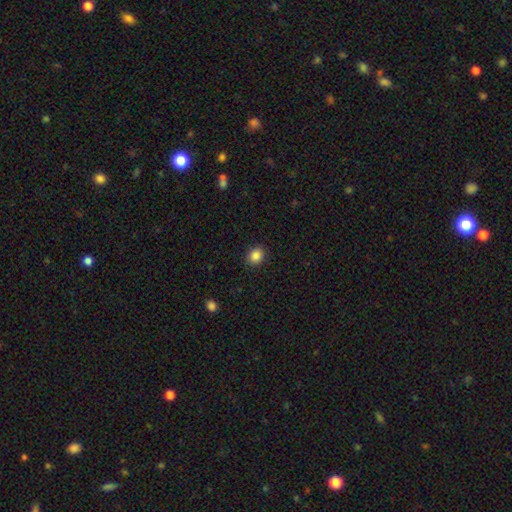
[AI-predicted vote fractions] Q: Smooth or featured?
A: smooth (87%); runner-up: star or artifact (10%)
Q: How rounded?
A: round (64%); runner-up: in between (35%)
Q: Merging?
A: none (90%); runner-up: minor disturbance (7%)